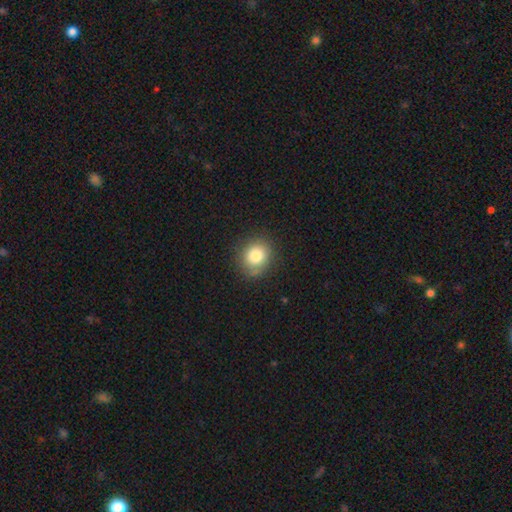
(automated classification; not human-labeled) Smooth or featured? Predicted: smooth (p=0.81). How rounded? Predicted: round (p=0.76). Merging? Predicted: none (p=0.81).